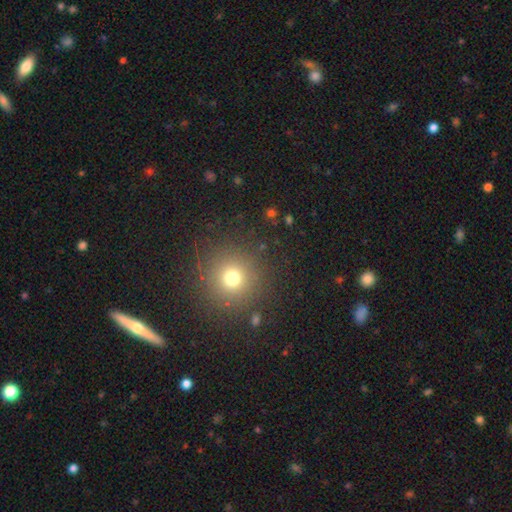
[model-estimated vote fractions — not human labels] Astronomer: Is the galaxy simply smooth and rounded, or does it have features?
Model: smooth — 59%.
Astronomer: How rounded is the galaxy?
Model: round — 95%.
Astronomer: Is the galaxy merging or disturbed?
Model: none — 90%.